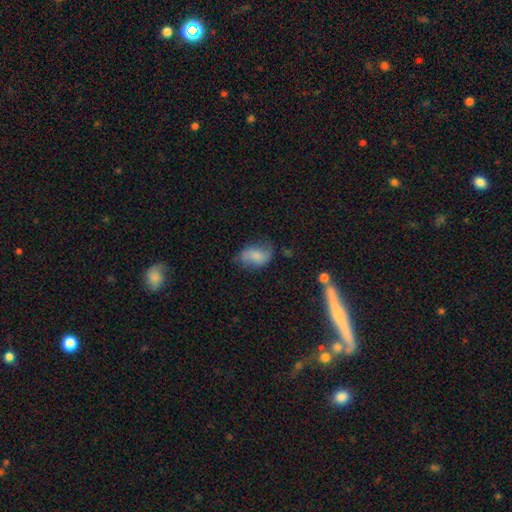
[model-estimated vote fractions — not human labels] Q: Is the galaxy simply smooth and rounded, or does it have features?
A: smooth — 64%.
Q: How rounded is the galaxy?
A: in between — 83%.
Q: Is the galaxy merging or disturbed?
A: none — 52%.